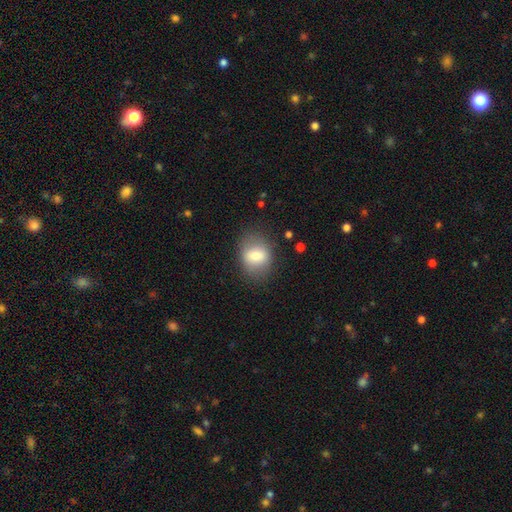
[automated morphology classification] The model was most divided on "how rounded": in between: 57%, round: 42%, cigar-shaped: 1%. More confident: merging — none (77%); smooth or featured — smooth (70%).